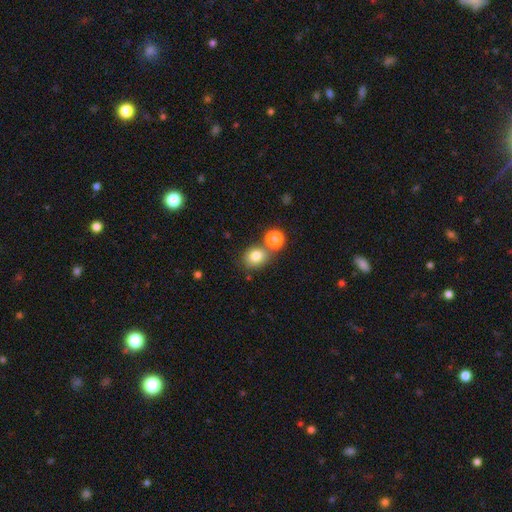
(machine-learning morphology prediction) This is likely a smooth galaxy (79%). How rounded: likely round (62%). Merging: likely none (62%).